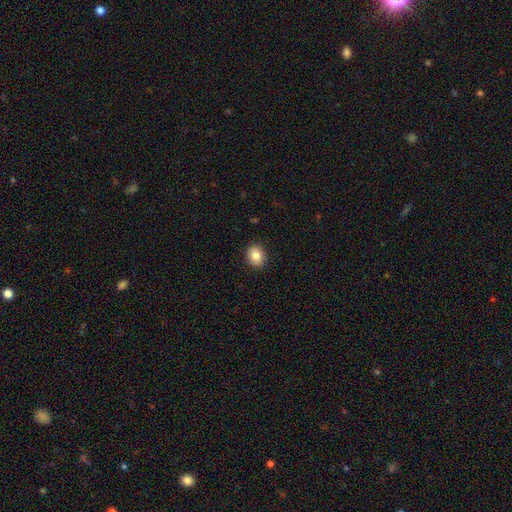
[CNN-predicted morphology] smooth-or-featured: smooth: 84% | star or artifact: 9% | featured or disk: 7%
  how-rounded: round: 68% | in between: 31% | cigar-shaped: 1%
  merging: none: 91% | minor disturbance: 6% | major disturbance: 2% | merger: 1%